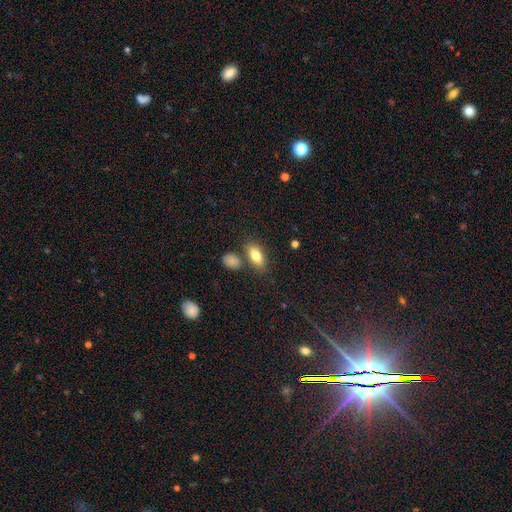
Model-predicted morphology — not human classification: A smooth galaxy with no disk features (78%) that is in between round and cigar-shaped (81%).

Vote fractions:
- Smooth or featured? smooth: 78% / featured or disk: 14% / star or artifact: 8%
- How rounded? in between: 81% / cigar-shaped: 13% / round: 5%
- Merging? none: 74% / minor disturbance: 13% / merger: 10% / major disturbance: 4%